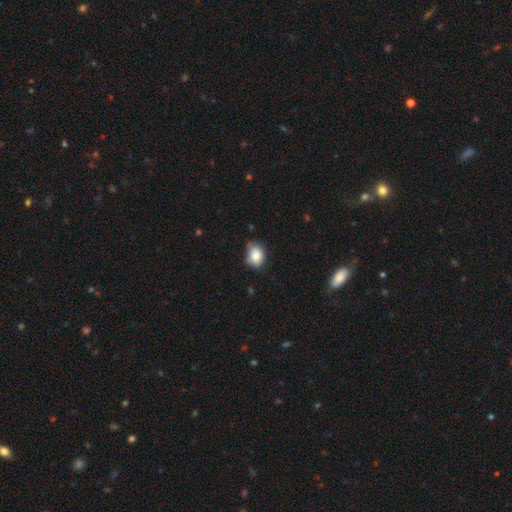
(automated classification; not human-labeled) This is clearly a smooth galaxy (82%). How rounded: possibly in between (55%). Merging: possibly none (57%).